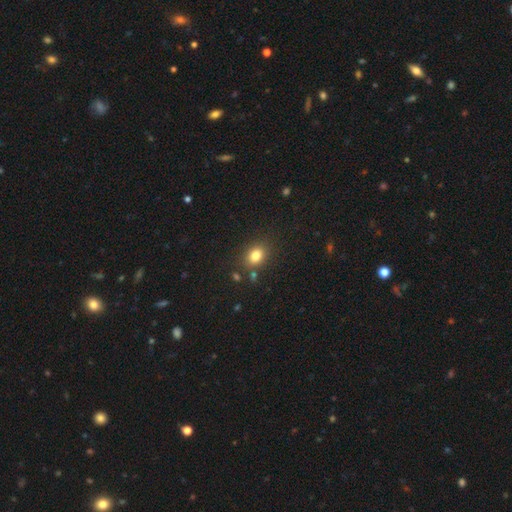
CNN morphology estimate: The model was most divided on "how rounded": in between: 62%, round: 37%, cigar-shaped: 1%. More confident: smooth or featured — smooth (82%); merging — none (81%).